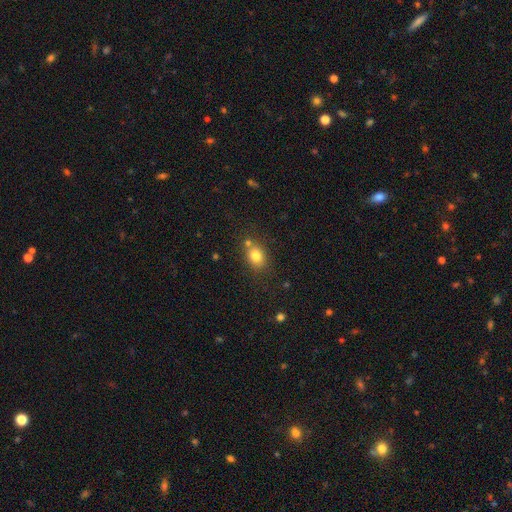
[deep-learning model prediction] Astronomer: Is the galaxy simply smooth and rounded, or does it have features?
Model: smooth — 80%.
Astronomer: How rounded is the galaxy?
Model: in between — 54% (runner-up: round, 45%).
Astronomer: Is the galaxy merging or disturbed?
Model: none — 66%.